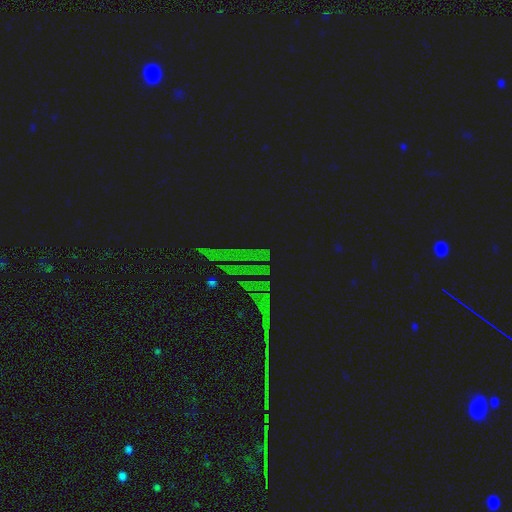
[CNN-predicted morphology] smooth_or_featured: star or artifact (p=0.84) [alt: featured or disk p=0.08]